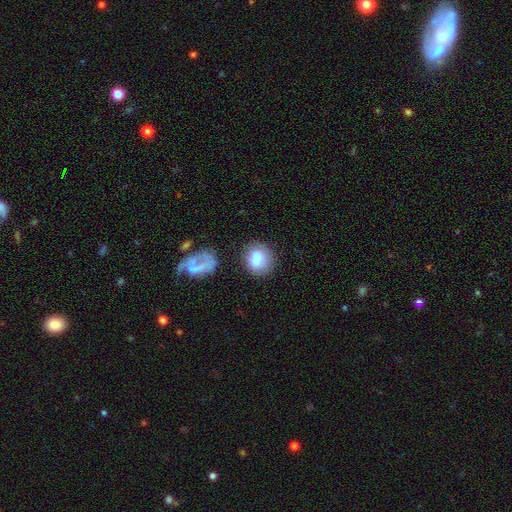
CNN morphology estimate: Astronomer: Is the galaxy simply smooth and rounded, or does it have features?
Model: smooth — 79%.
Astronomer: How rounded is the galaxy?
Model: round — 64%.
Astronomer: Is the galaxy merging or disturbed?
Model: none — 61%.